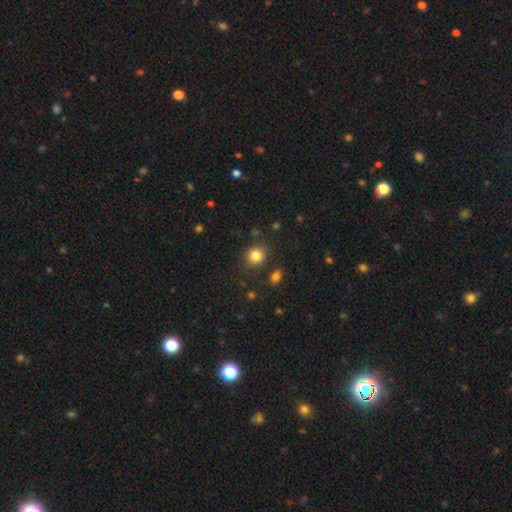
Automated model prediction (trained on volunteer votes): Morphology: type=smooth (83%); roundness=round (82%); merging=none (84%).